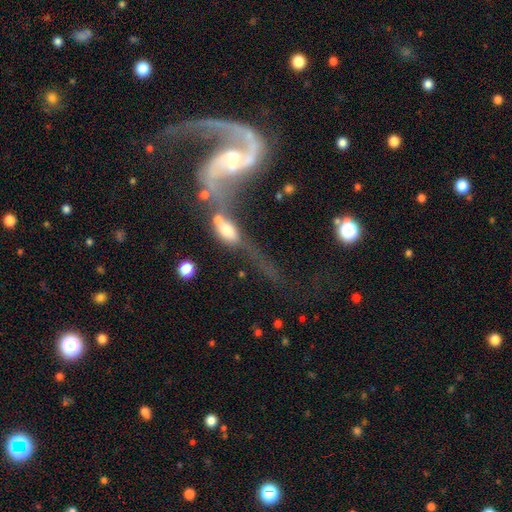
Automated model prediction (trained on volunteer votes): smooth-or-featured: featured or disk: 84% | smooth: 8% | star or artifact: 8%
  disk-edge-on: no: 94% | yes: 6%
    bar: no: 41% | weak: 38% | strong: 22%
    has-spiral-arms: yes: 91% | no: 9%
      spiral-winding: loose: 66% | medium: 25% | tight: 9%
      spiral-arm-count: 2: 72% | 1: 18% | can't tell: 5% | 3: 2% | 4: 1% | more than 4: 1%
    bulge-size: small: 50% | moderate: 38% | none: 6% | large: 4% | dominant: 2%
  merging: merger: 52% | major disturbance: 20% | none: 19% | minor disturbance: 9%